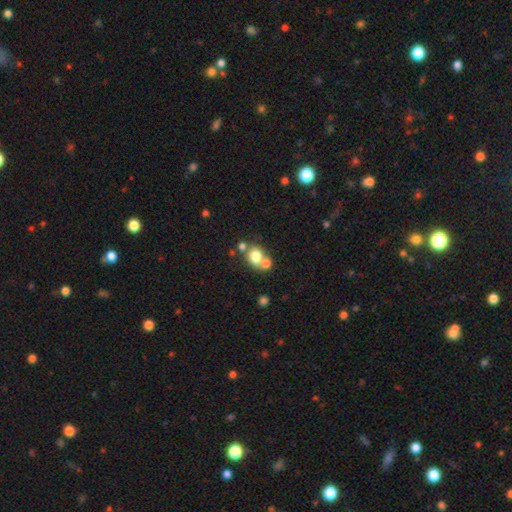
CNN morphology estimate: Q: Smooth or featured?
A: smooth (75%); runner-up: featured or disk (13%)
Q: How rounded?
A: round (61%); runner-up: in between (38%)
Q: Merging?
A: none (45%); runner-up: merger (41%)